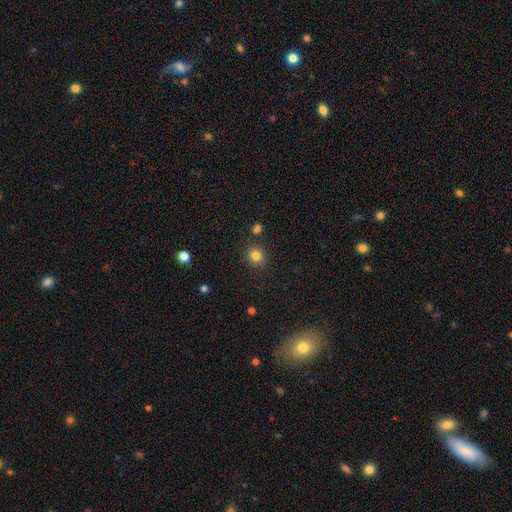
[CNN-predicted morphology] Smooth or featured? smooth (82%)
How rounded? round (89%)
Merging? none (86%)